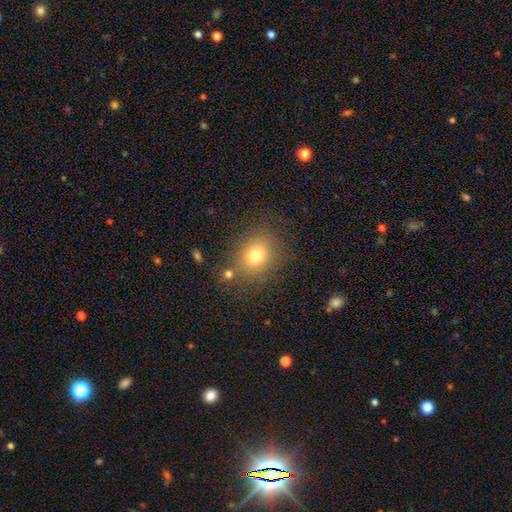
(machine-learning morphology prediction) Q: Smooth or featured?
A: smooth (74%); runner-up: star or artifact (16%)
Q: How rounded?
A: round (63%); runner-up: in between (36%)
Q: Merging?
A: none (80%); runner-up: minor disturbance (11%)